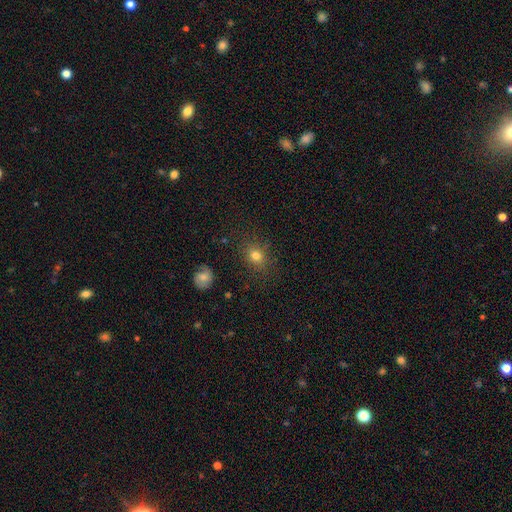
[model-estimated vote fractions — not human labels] The model was most divided on "how rounded": round: 63%, in between: 36%, cigar-shaped: 1%. More confident: merging — none (83%); smooth or featured — smooth (79%).